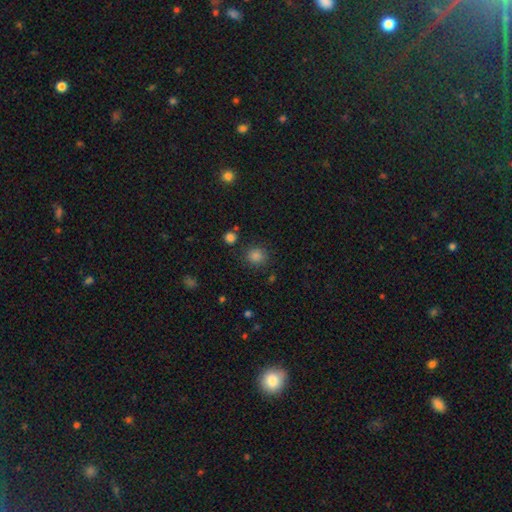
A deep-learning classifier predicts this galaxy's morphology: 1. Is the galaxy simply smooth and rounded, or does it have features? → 81% smooth, 15% star or artifact, 4% featured or disk.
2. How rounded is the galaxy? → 87% round, 12% in between, 1% cigar-shaped.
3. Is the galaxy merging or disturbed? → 85% none, 8% minor disturbance, 3% merger, 3% major disturbance.